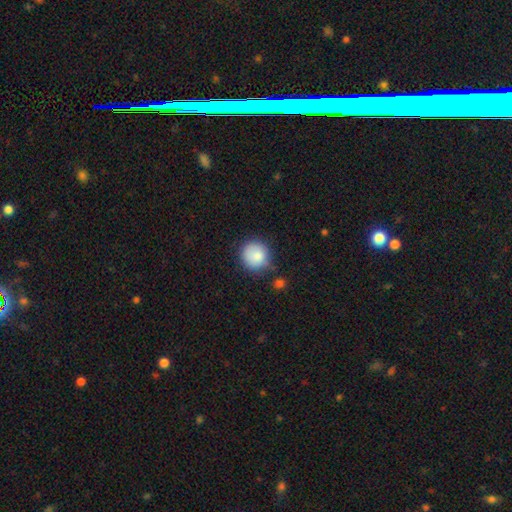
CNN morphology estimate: smooth-or-featured: smooth: 85% | star or artifact: 8% | featured or disk: 7%
  how-rounded: round: 91% | in between: 8% | cigar-shaped: 1%
  merging: none: 74% | minor disturbance: 17% | major disturbance: 4% | merger: 4%